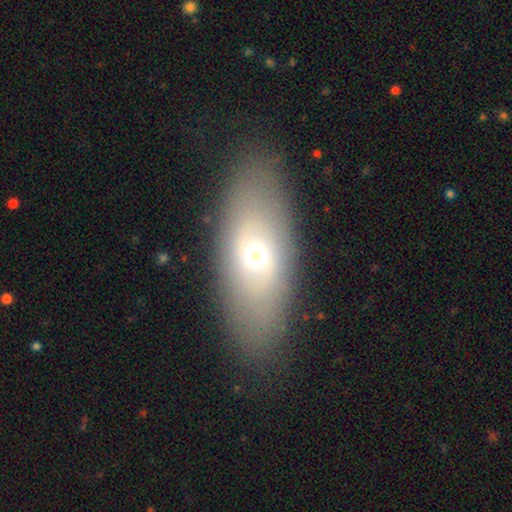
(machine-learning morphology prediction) type=smooth (53%); roundness=in between (78%); merging=none (86%).